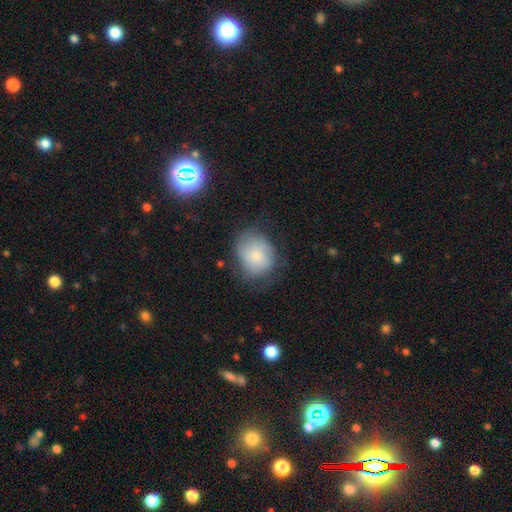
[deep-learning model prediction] This appears to be a smooth galaxy with no disk features (71%) that is round (55%). Merging: none (57%).